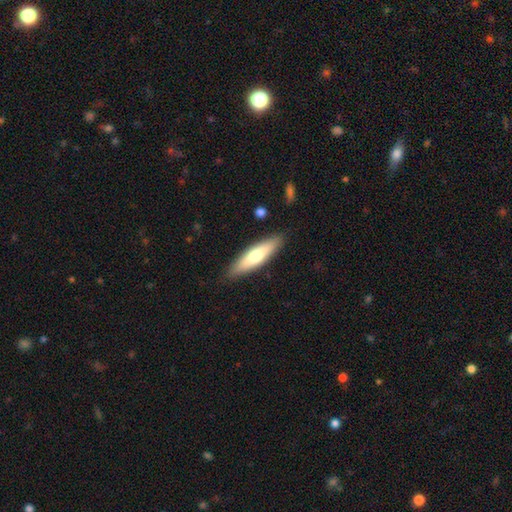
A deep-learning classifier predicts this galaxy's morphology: Smooth or featured? smooth (62%)
How rounded? cigar-shaped (67%)
Merging? none (88%)